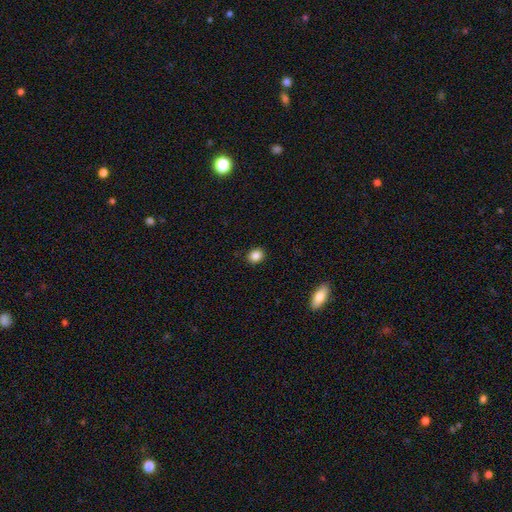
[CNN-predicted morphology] Overall: smooth (86%). How rounded: round (63%; in between 36%). Merging: none (90%).